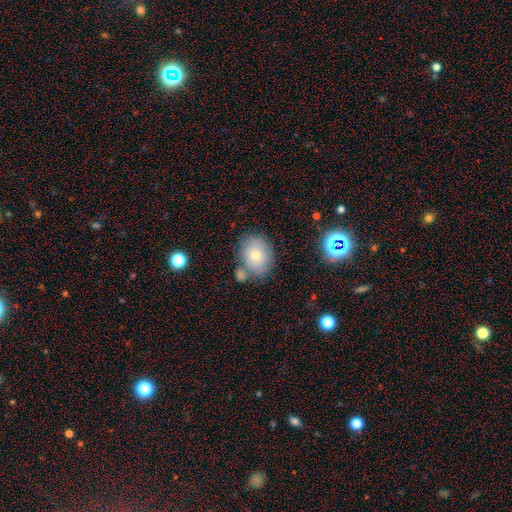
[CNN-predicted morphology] Smooth or featured? smooth (70%)
How rounded? in between (55%)
Merging? none (64%)